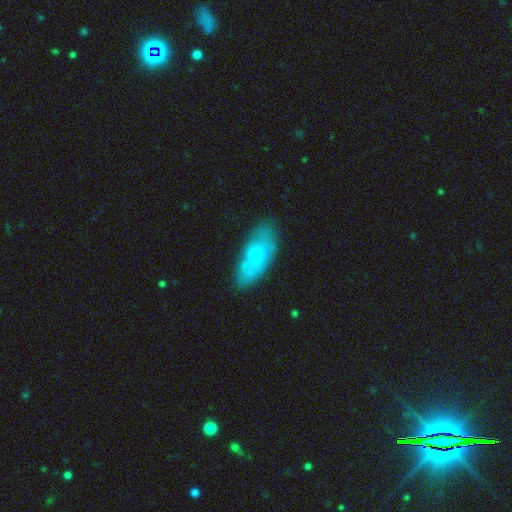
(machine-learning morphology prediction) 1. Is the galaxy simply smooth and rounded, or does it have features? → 61% smooth, 32% featured or disk, 7% star or artifact.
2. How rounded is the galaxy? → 81% in between, 16% cigar-shaped, 2% round.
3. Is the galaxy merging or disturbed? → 64% none, 24% minor disturbance, 7% major disturbance, 4% merger.